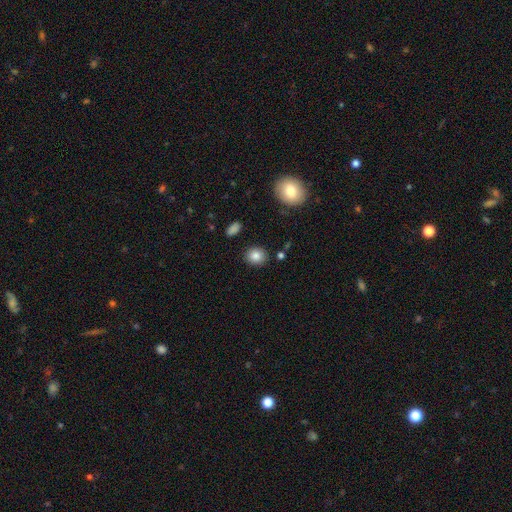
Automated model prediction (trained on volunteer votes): Smooth or featured: smooth — 84% (star or artifact — 9%)
How rounded: round — 68% (in between — 31%)
Merging: none — 88% (minor disturbance — 8%)